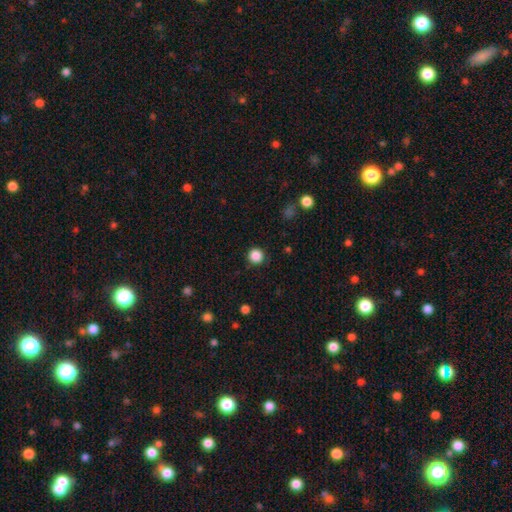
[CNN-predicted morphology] smooth-or-featured: smooth: 87% | star or artifact: 11% | featured or disk: 3%
  how-rounded: round: 96% | in between: 4% | cigar-shaped: 1%
  merging: none: 91% | minor disturbance: 6% | major disturbance: 2% | merger: 1%